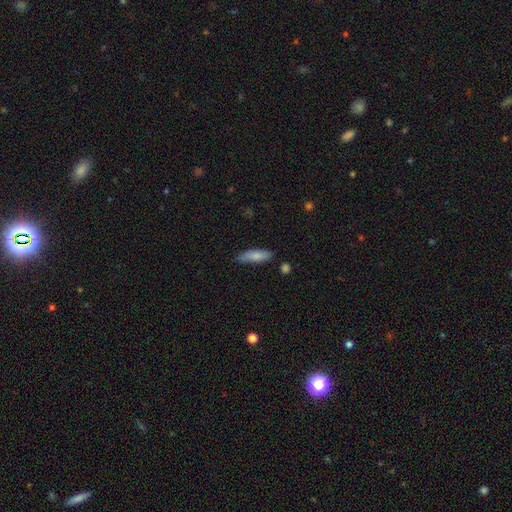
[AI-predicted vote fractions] smooth-or-featured: smooth: 80% | featured or disk: 14% | star or artifact: 6%
  how-rounded: cigar-shaped: 53% | in between: 45% | round: 2%
  merging: none: 77% | minor disturbance: 18% | major disturbance: 3% | merger: 2%